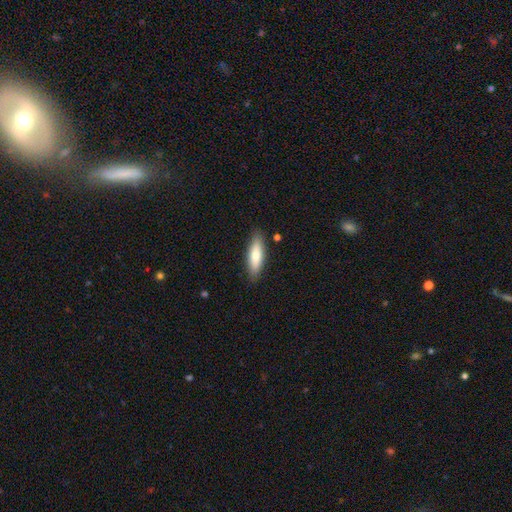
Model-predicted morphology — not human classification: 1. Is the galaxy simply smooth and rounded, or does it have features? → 75% smooth, 20% featured or disk, 6% star or artifact.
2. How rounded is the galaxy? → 56% cigar-shaped, 42% in between, 2% round.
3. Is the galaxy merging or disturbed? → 86% none, 10% minor disturbance, 2% major disturbance, 2% merger.